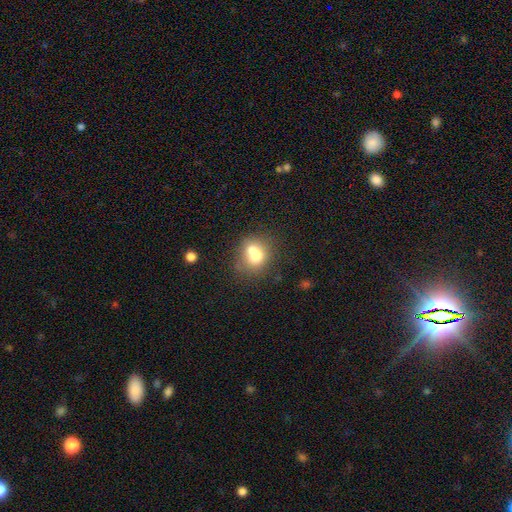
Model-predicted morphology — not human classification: This is likely a smooth galaxy (68%). How rounded: likely round (67%). Merging: possibly merger (50%).